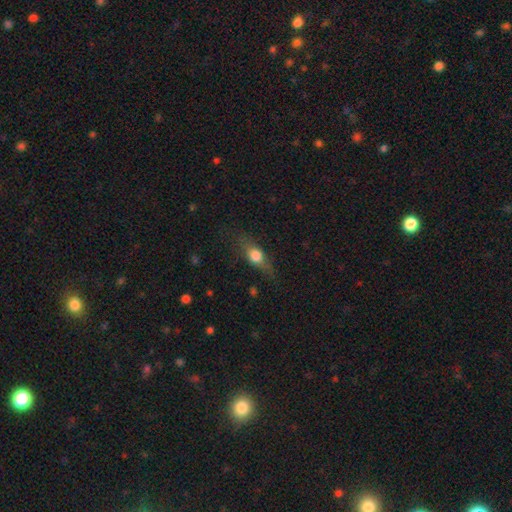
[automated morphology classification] The model was most divided on "how rounded": in between: 54%, cigar-shaped: 30%, round: 17%. More confident: merging — none (71%); smooth or featured — smooth (60%).